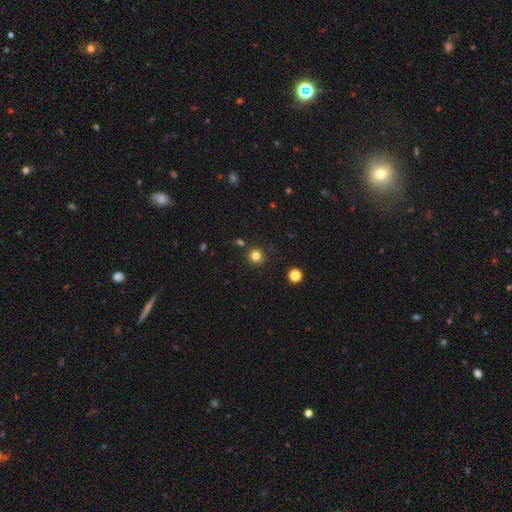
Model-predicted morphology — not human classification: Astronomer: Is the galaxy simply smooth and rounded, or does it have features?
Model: smooth — 81%.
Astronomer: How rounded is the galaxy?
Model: round — 92%.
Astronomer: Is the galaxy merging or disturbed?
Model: none — 86%.